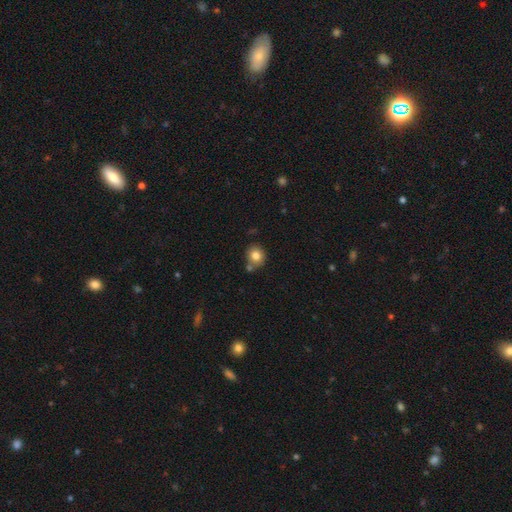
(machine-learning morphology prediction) smooth-or-featured: smooth: 80% | star or artifact: 10% | featured or disk: 9%
  how-rounded: round: 83% | in between: 16% | cigar-shaped: 1%
  merging: none: 71% | merger: 15% | minor disturbance: 12% | major disturbance: 3%